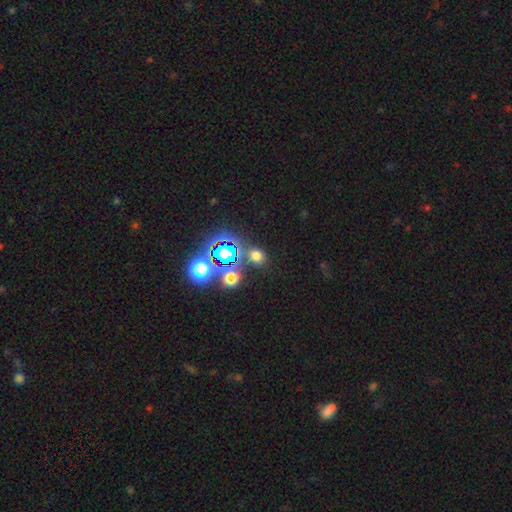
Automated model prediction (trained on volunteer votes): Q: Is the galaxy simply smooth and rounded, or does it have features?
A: smooth — 60%.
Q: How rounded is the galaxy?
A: round — 62%.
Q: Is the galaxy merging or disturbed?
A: none — 80%.